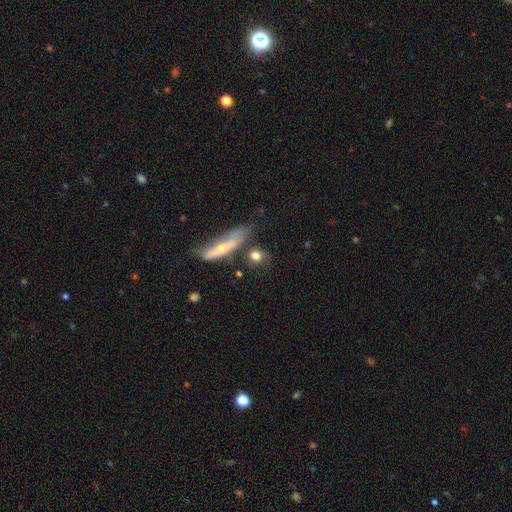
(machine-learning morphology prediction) Smooth or featured: smooth — 71% (featured or disk — 20%)
How rounded: round — 56% (in between — 27%)
Merging: none — 61% (minor disturbance — 16%)